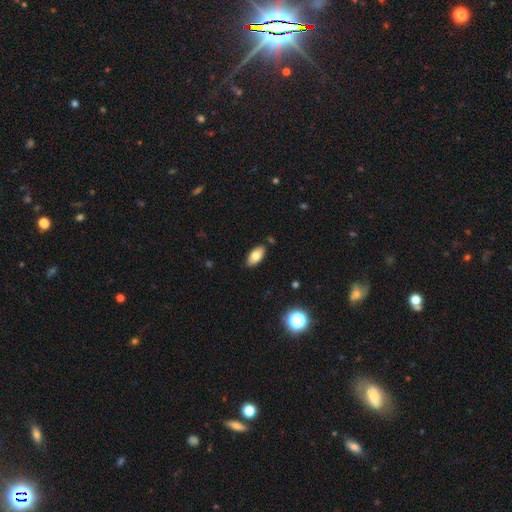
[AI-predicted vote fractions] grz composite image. It shows a smooth galaxy with no disk features (77%) that is in between round and cigar-shaped (92%). Merging: none (86%).